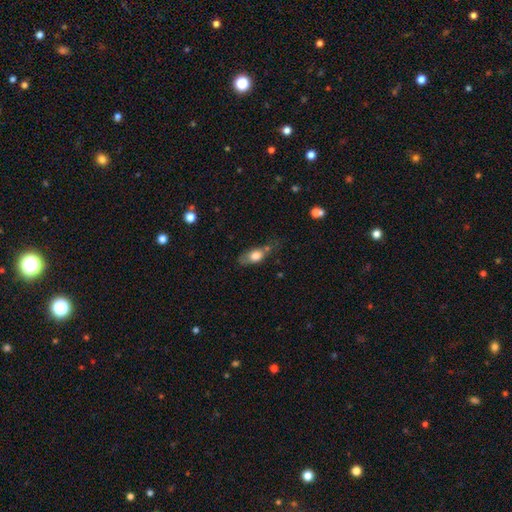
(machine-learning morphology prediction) Smooth or featured?
  - smooth: 71% *
  - featured or disk: 21%
  - star or artifact: 8%
How rounded?
  - in between: 75% *
  - cigar-shaped: 17%
  - round: 9%
Merging?
  - none: 42% *
  - minor disturbance: 33%
  - major disturbance: 16%
  - merger: 9%